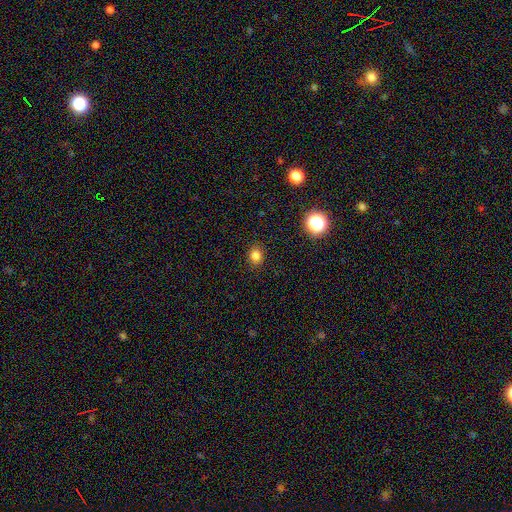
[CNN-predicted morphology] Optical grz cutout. It shows a smooth galaxy with no disk features (80%) that is round (73%). Merging: none (86%).